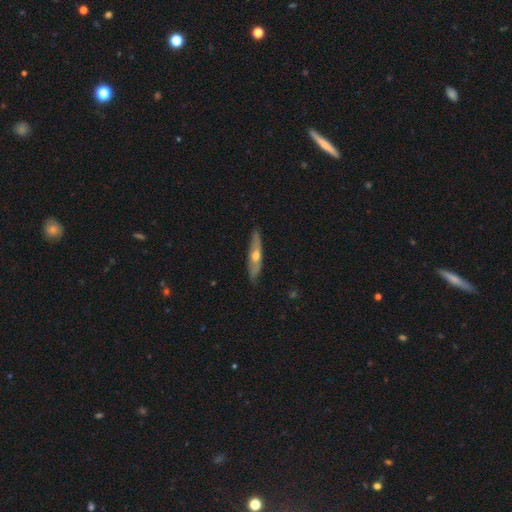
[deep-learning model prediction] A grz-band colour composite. It shows a featured or disk galaxy (61%) viewed edge-on (80%). Merging: none (87%).